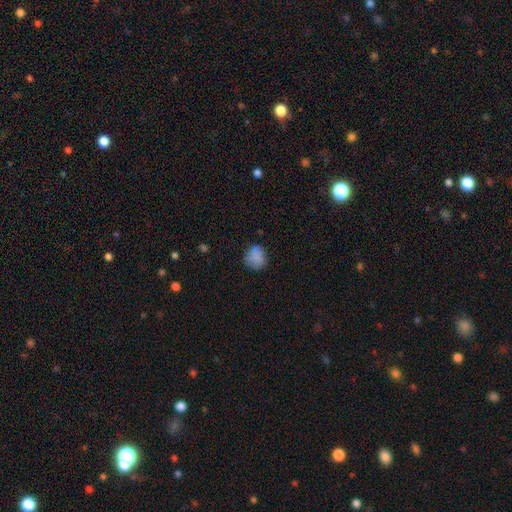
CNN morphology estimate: smooth-or-featured: smooth: 83% | star or artifact: 10% | featured or disk: 7%
  how-rounded: round: 70% | in between: 29% | cigar-shaped: 1%
  merging: none: 69% | minor disturbance: 23% | major disturbance: 7% | merger: 2%